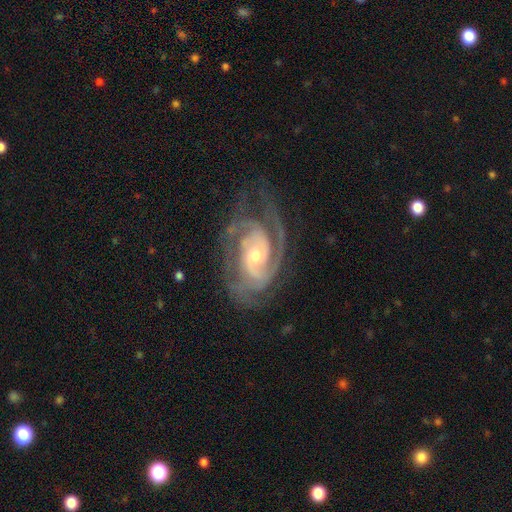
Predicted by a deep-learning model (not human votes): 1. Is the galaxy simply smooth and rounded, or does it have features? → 91% featured or disk, 5% smooth, 5% star or artifact.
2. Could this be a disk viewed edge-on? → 97% no, 3% yes.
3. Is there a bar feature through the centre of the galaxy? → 62% no, 29% weak, 9% strong.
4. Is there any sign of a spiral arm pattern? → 97% yes, 3% no.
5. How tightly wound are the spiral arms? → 58% tight, 35% medium, 7% loose.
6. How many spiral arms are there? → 41% 2, 27% 3, 16% can't tell, 6% 4, 6% 1, 4% more than 4.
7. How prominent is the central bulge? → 51% moderate, 42% small, 4% large, 1% none, 1% dominant.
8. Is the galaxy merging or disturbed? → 63% none, 20% minor disturbance, 16% major disturbance, 2% merger.